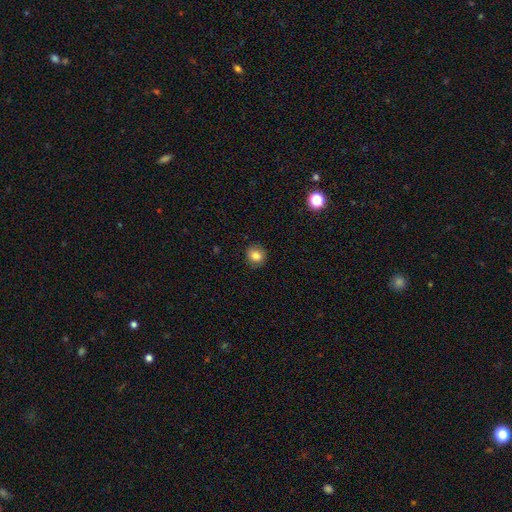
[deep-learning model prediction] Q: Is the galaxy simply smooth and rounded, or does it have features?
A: smooth — 83%.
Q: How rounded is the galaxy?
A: round — 84%.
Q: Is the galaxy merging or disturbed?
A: none — 88%.